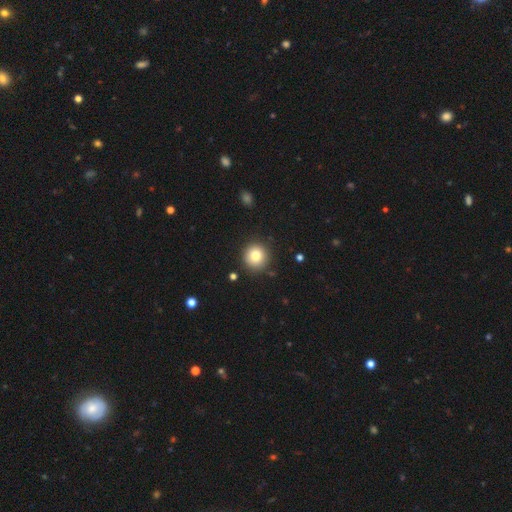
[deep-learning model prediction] Morphology: type=smooth (81%); roundness=round (94%); merging=none (89%).